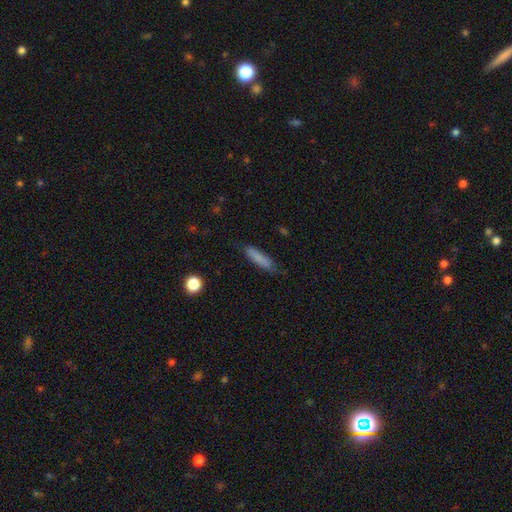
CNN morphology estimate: type=smooth (79%); roundness=cigar-shaped (82%); merging=none (79%).